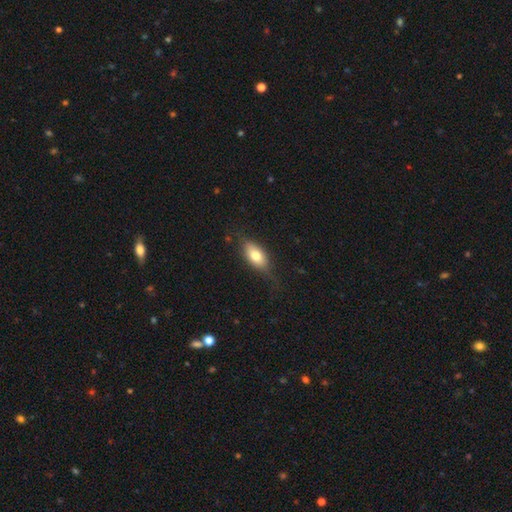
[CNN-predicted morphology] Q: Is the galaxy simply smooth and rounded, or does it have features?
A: smooth — 73%.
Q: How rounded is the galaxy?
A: in between — 85%.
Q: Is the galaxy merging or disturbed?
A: none — 71%.